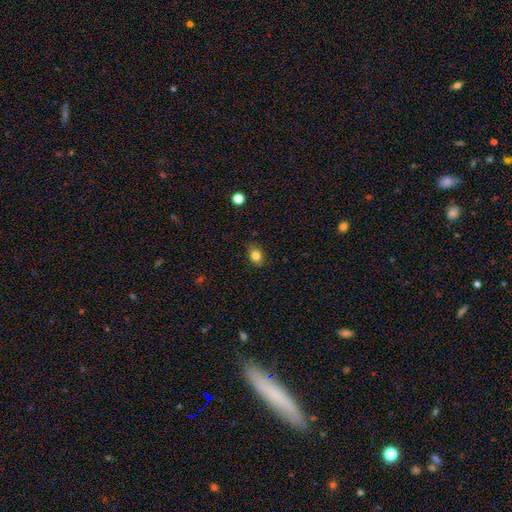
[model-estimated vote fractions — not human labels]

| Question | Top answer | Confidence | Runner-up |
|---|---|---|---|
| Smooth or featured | smooth | 82% | star or artifact (11%) |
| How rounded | in between | 58% | round (41%) |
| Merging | none | 83% | minor disturbance (14%) |